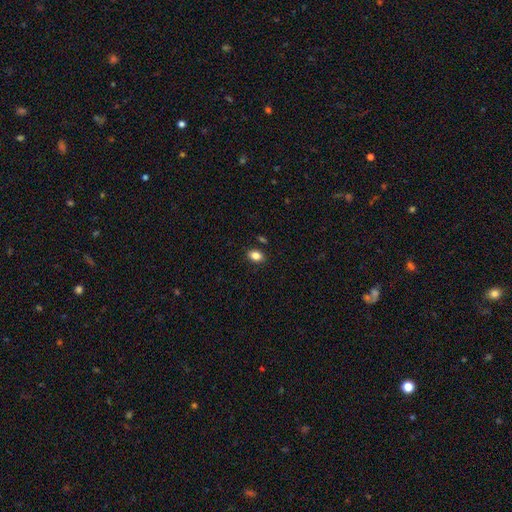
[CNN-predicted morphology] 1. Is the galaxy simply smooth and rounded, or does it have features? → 84% smooth, 10% star or artifact, 6% featured or disk.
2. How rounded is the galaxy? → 81% in between, 18% round, 1% cigar-shaped.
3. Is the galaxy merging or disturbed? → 86% none, 9% minor disturbance, 3% merger, 2% major disturbance.